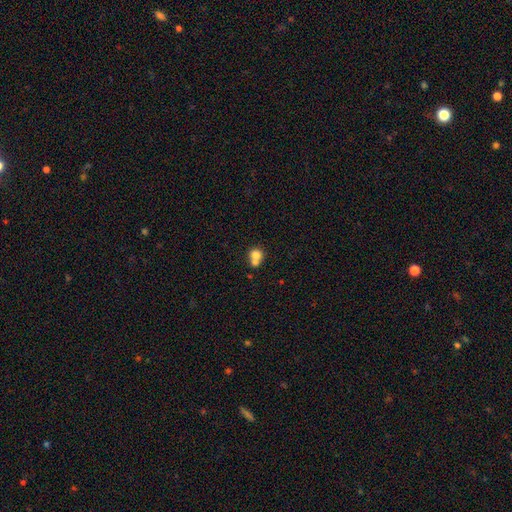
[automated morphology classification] smooth_or_featured: smooth (p=0.75) [alt: featured or disk p=0.15]
how_rounded: round (p=0.78) [alt: in between p=0.21]
merging: merger (p=0.59) [alt: none p=0.32]